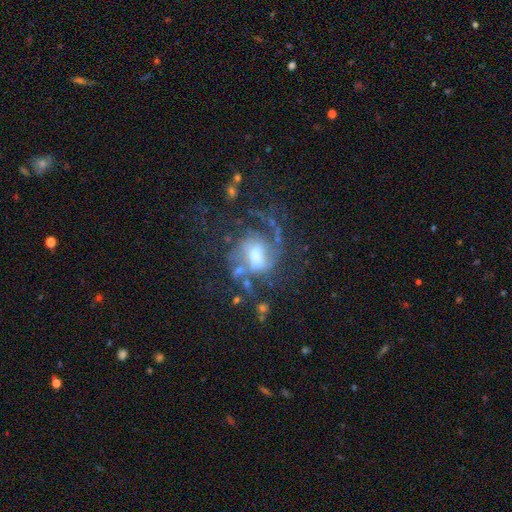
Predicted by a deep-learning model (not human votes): A featured or disk galaxy (73%) with a weak bar (50%), 2 (38%) medium (43%) spiral arms (81%) and a moderate central bulge (54%).

Vote fractions:
- Smooth or featured? featured or disk: 73% / smooth: 16% / star or artifact: 11%
- Edge-on disk? no: 97% / yes: 3%
- Bar? weak: 50% / no: 27% / strong: 23%
- Spiral arms? yes: 81% / no: 19%
- Spiral winding? medium: 43% / loose: 31% / tight: 25%
- Spiral arm count? 2: 38% / can't tell: 31% / 1: 12% / 3: 10% / 4: 4% / more than 4: 4%
- Bulge size? moderate: 54% / small: 21% / large: 18% / none: 5% / dominant: 2%
- Merging? none: 45% / major disturbance: 29% / minor disturbance: 18% / merger: 7%